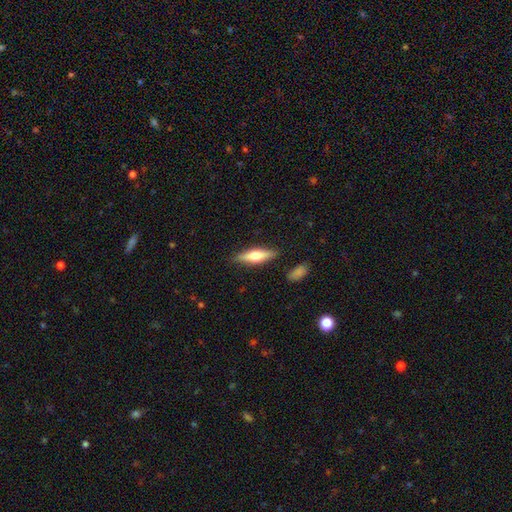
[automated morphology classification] Smooth or featured? smooth (47%, tied with featured or disk)
Merging? none (86%)